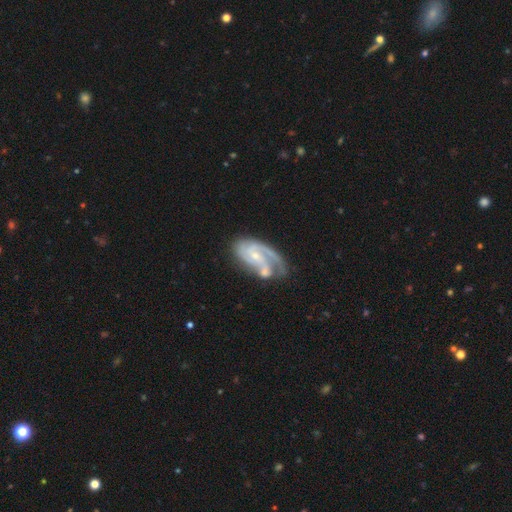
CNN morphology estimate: The model was most divided on "spiral winding": medium: 45%, tight: 39%, loose: 16%. Remaining: edge-on disk — no (97%); spiral arms — yes (95%); smooth or featured — featured or disk (85%); bulge size — small (69%); bar — no (50%); spiral arm count — 2 (50%); merging — none (40%).